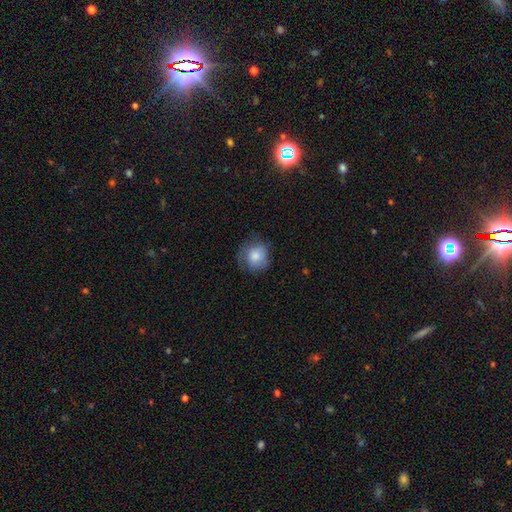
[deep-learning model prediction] smooth-or-featured: smooth: 80% | featured or disk: 13% | star or artifact: 8%
  how-rounded: round: 79% | in between: 20% | cigar-shaped: 1%
  merging: none: 60% | minor disturbance: 27% | major disturbance: 11% | merger: 1%